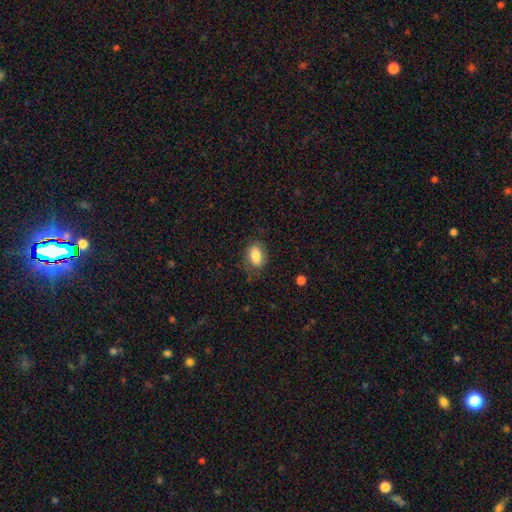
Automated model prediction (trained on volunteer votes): This is clearly a smooth galaxy (80%). How rounded: likely in between (79%). Merging: likely none (72%).